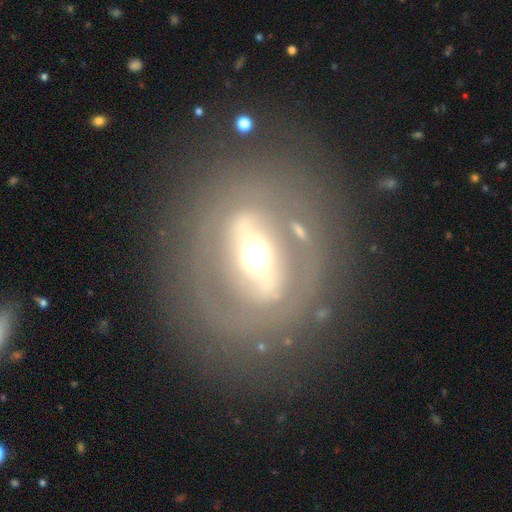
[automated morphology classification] Q: Smooth or featured?
A: featured or disk (76%); runner-up: smooth (16%)
Q: Edge-on disk?
A: no (79%); runner-up: yes (21%)
Q: Bar?
A: strong (70%); runner-up: weak (17%)
Q: Spiral arms?
A: no (73%); runner-up: yes (27%)
Q: Bulge size?
A: moderate (63%); runner-up: large (21%)
Q: Merging?
A: none (77%); runner-up: minor disturbance (12%)